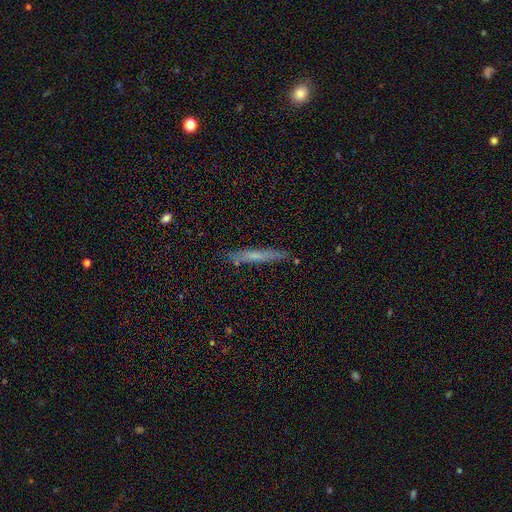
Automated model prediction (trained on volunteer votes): Morphology: type=smooth (56%); roundness=cigar-shaped (95%); merging=none (83%).